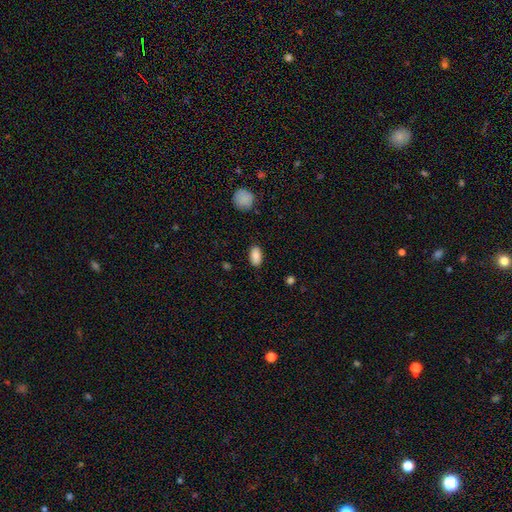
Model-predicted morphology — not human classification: This is clearly a smooth galaxy (88%). How rounded: clearly in between (93%). Merging: clearly none (86%).